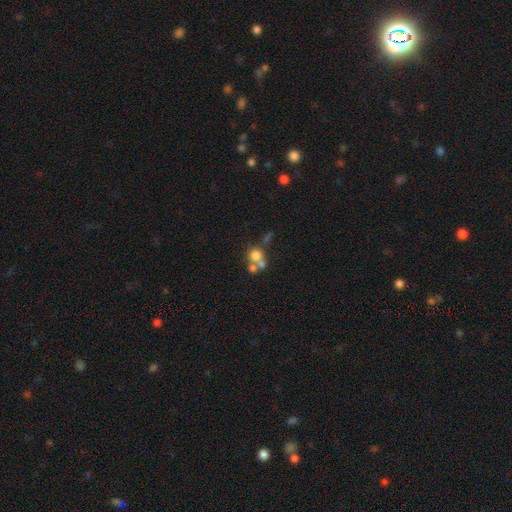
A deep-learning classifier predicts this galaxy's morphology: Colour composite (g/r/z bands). It shows a smooth galaxy with no disk features (65%) that is round (85%). Merging: merger (50%).